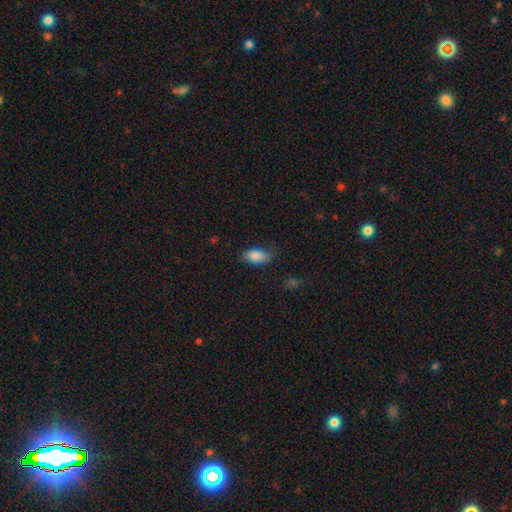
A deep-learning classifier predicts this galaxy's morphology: This is clearly a smooth galaxy (85%). How rounded: clearly in between (90%). Merging: likely none (77%).